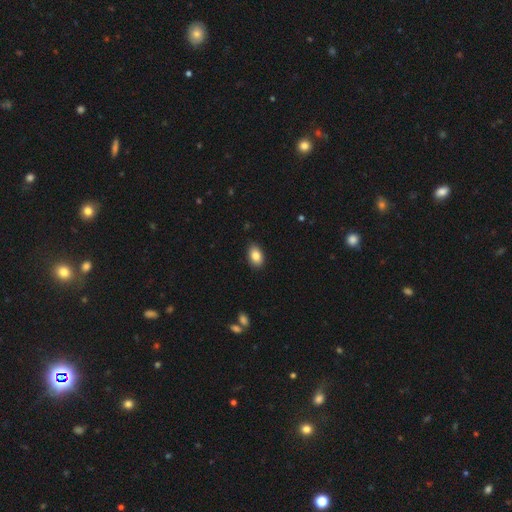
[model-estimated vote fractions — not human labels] smooth_or_featured: smooth (p=0.86) [alt: star or artifact p=0.08]
how_rounded: in between (p=0.88) [alt: round p=0.11]
merging: none (p=0.88) [alt: minor disturbance p=0.09]